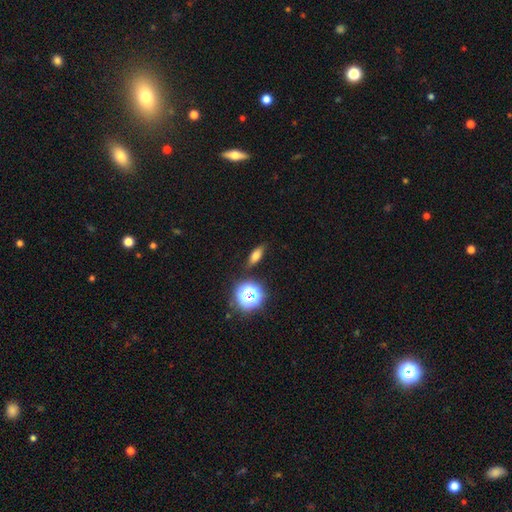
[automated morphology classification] Smooth or featured: smooth — 67% (featured or disk — 17%)
How rounded: in between — 61% (cigar-shaped — 26%)
Merging: none — 85% (minor disturbance — 10%)